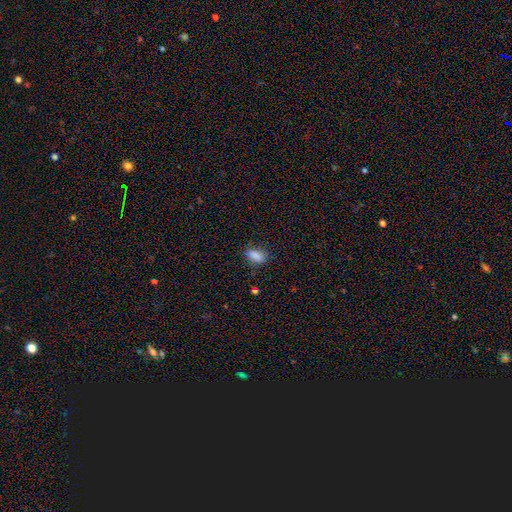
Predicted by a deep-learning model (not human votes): A smooth galaxy with no disk features (85%) that is in between round and cigar-shaped (81%).

Vote fractions:
- Smooth or featured? smooth: 85% / star or artifact: 9% / featured or disk: 6%
- How rounded? in between: 81% / cigar-shaped: 12% / round: 6%
- Merging? none: 77% / minor disturbance: 17% / major disturbance: 4% / merger: 2%